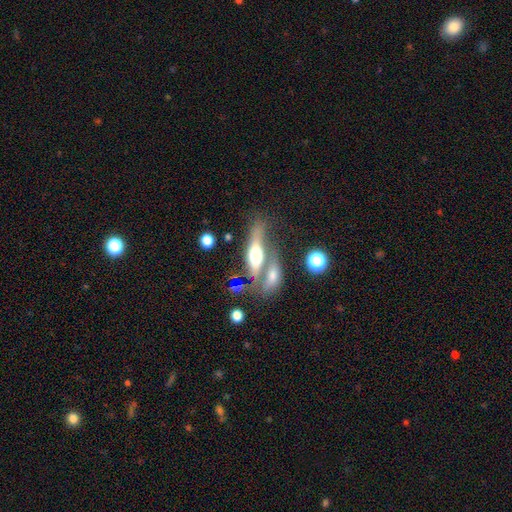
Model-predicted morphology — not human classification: Smooth or featured?
  - featured or disk: 52% *
  - smooth: 40%
  - star or artifact: 8%
Edge-on disk?
  - yes: 78% *
  - no: 22%
Merging?
  - merger: 44% *
  - none: 35%
  - minor disturbance: 12%
  - major disturbance: 8%